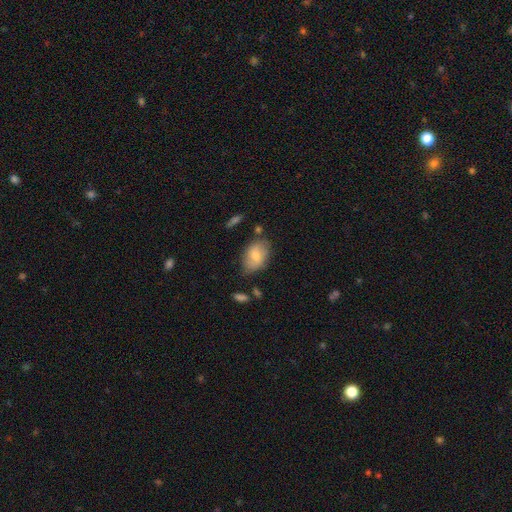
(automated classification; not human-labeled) A smooth galaxy with no disk features (68%) that is in between round and cigar-shaped (87%). Merging: none (69%).